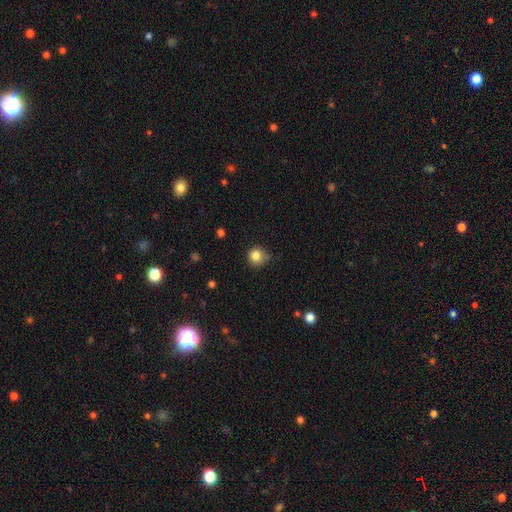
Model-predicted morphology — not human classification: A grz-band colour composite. It shows a smooth galaxy with no disk features (83%) that is round (90%). Merging: none (68%).